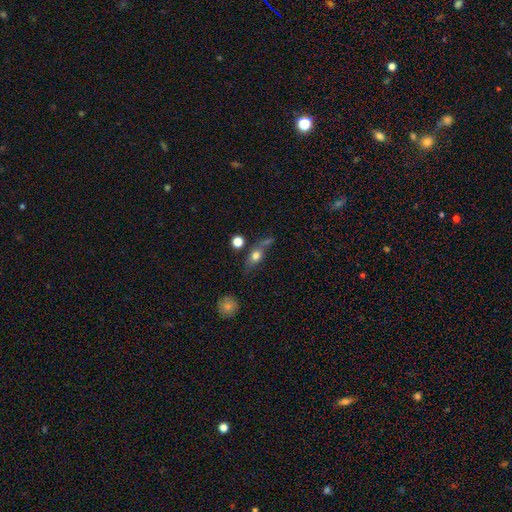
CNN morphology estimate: The model was most divided on "merging": none: 53%, merger: 20%, minor disturbance: 18%, major disturbance: 9%. More confident: smooth or featured — smooth (65%); how rounded — in between (60%).